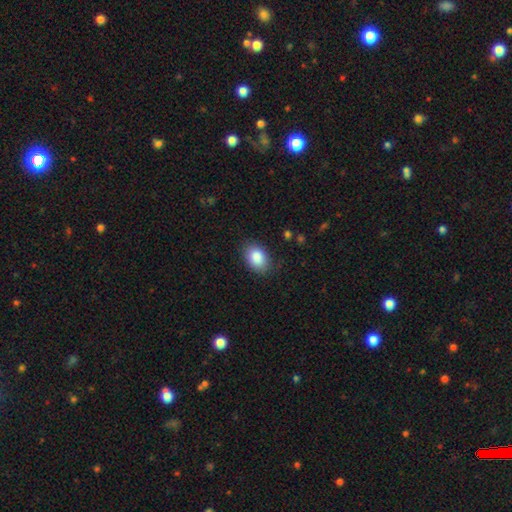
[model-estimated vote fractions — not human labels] This is clearly a smooth galaxy (87%). How rounded: clearly in between (81%). Merging: clearly none (84%).